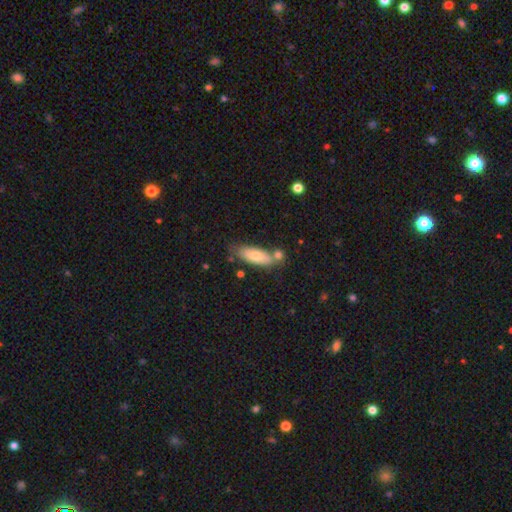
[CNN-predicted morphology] The model was most divided on "how rounded": in between: 62%, cigar-shaped: 36%, round: 2%. More confident: smooth or featured — smooth (75%); merging — none (65%).